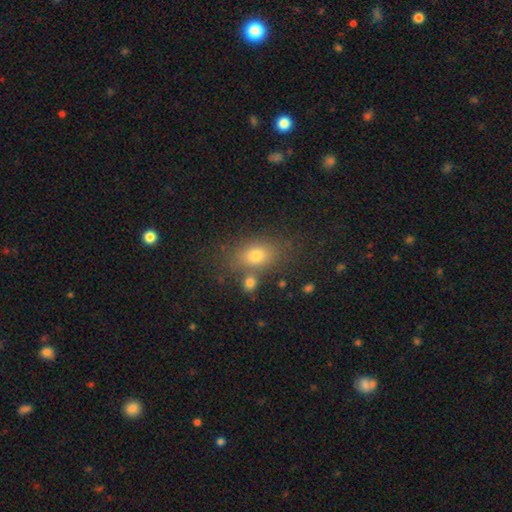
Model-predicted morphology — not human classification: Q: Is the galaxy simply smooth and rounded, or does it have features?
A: smooth — 76%.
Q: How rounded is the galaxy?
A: in between — 76%.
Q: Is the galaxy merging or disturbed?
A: none — 68%.